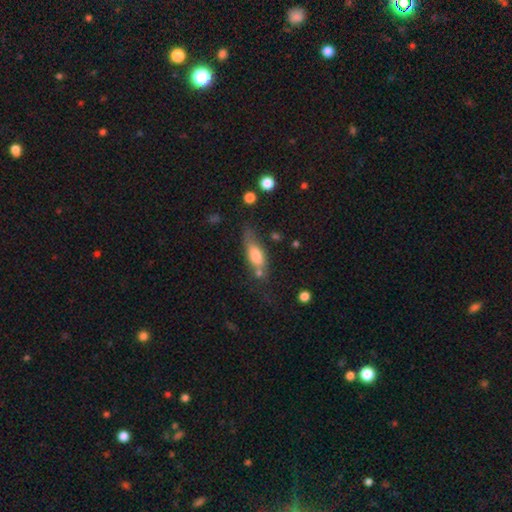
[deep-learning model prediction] smooth_or_featured: smooth (p=0.69) [alt: featured or disk p=0.24]
how_rounded: in between (p=0.65) [alt: cigar-shaped p=0.32]
merging: none (p=0.48) [alt: minor disturbance p=0.28]